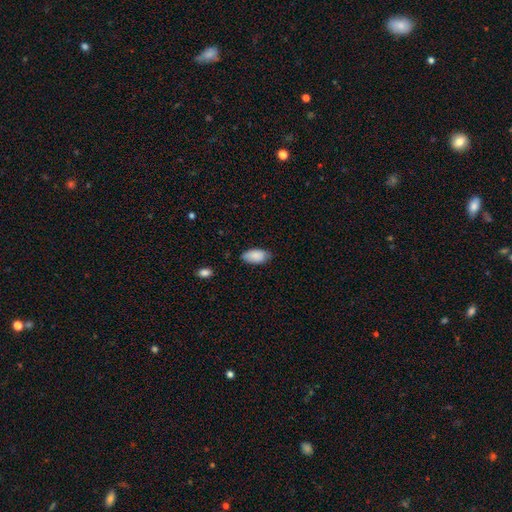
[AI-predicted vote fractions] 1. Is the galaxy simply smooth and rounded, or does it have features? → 87% smooth, 7% star or artifact, 7% featured or disk.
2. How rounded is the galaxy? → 94% in between, 3% cigar-shaped, 3% round.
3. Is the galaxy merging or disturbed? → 74% none, 21% minor disturbance, 3% major disturbance, 1% merger.